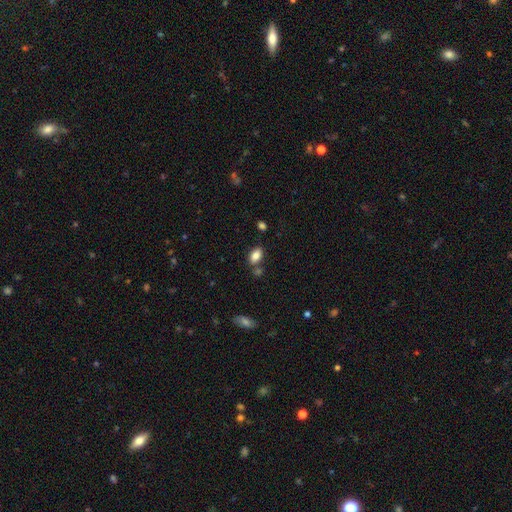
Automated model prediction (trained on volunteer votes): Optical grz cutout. It shows a smooth galaxy with no disk features (85%) that is in between round and cigar-shaped (90%). Merging: none (74%).